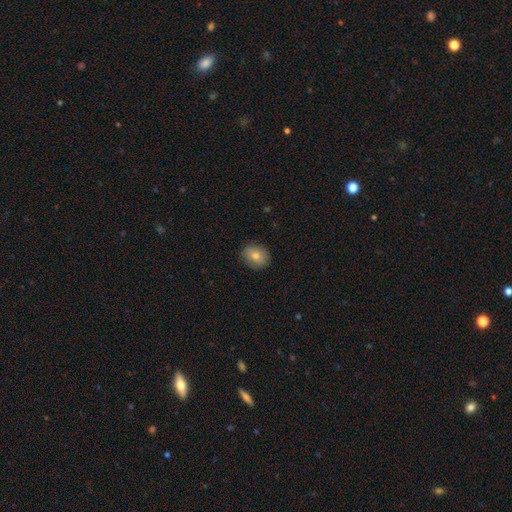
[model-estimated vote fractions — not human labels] Q: Smooth or featured?
A: smooth (78%); runner-up: featured or disk (13%)
Q: How rounded?
A: round (59%); runner-up: in between (40%)
Q: Merging?
A: none (88%); runner-up: minor disturbance (9%)